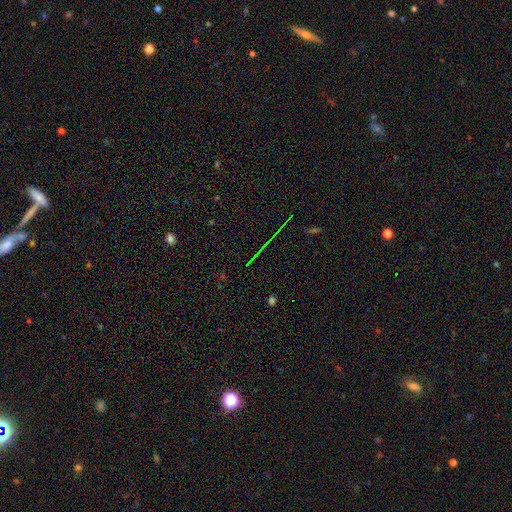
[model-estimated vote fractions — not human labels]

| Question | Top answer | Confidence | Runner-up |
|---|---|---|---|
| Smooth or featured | star or artifact | 77% | featured or disk (13%) |